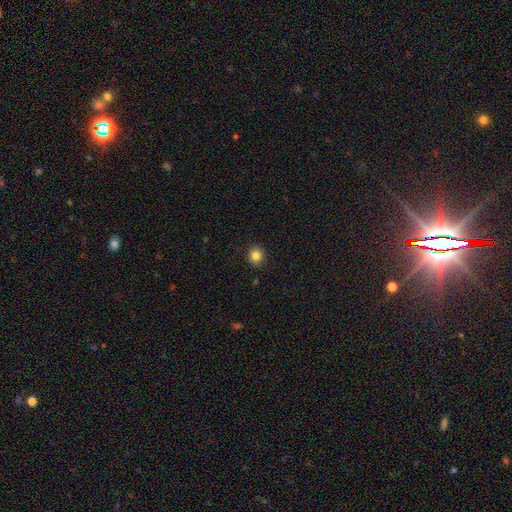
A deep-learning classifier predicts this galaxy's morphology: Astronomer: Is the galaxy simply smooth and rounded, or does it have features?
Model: smooth — 84%.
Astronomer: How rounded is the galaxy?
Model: round — 78%.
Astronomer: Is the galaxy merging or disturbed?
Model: none — 91%.